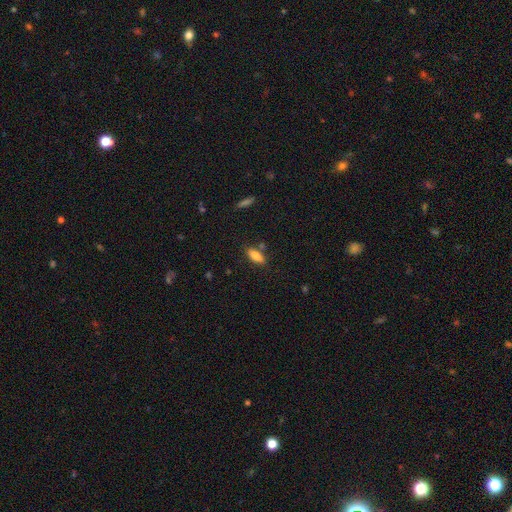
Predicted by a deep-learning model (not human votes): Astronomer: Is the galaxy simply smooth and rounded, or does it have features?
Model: smooth — 78%.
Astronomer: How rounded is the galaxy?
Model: in between — 72%.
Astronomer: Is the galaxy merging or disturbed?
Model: none — 79%.